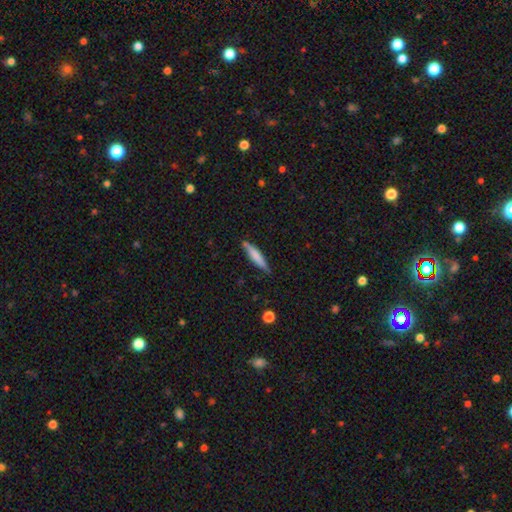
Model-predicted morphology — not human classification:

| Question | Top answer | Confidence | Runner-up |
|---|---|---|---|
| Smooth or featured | smooth | 64% | featured or disk (30%) |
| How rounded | cigar-shaped | 87% | in between (11%) |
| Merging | none | 80% | minor disturbance (15%) |